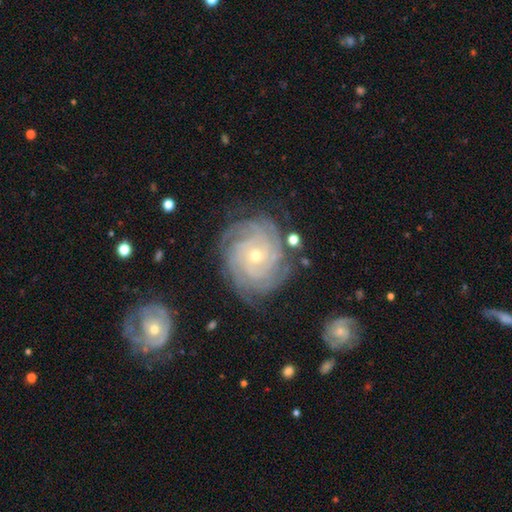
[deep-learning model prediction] Q: Smooth or featured?
A: featured or disk (88%); runner-up: star or artifact (6%)
Q: Edge-on disk?
A: no (98%); runner-up: yes (2%)
Q: Bar?
A: no (76%); runner-up: weak (19%)
Q: Spiral arms?
A: yes (98%); runner-up: no (2%)
Q: Spiral winding?
A: tight (82%); runner-up: medium (15%)
Q: Spiral arm count?
A: 4 (29%); runner-up: can't tell (24%)
Q: Bulge size?
A: small (68%); runner-up: moderate (30%)
Q: Merging?
A: none (78%); runner-up: minor disturbance (15%)